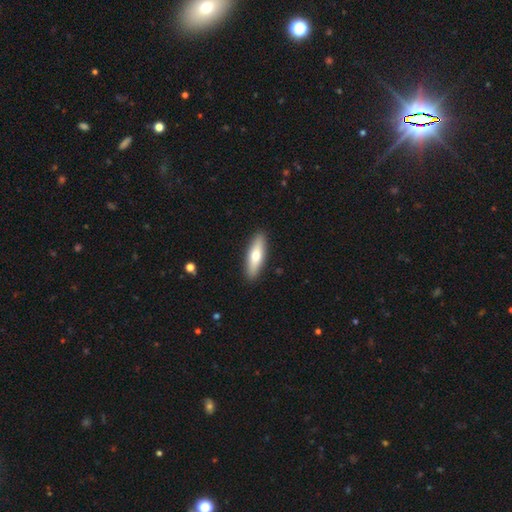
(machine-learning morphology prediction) smooth 63%, featured or disk 32%, star or artifact 5%. Down the decision tree: how rounded — cigar-shaped (59%); merging — none (90%).